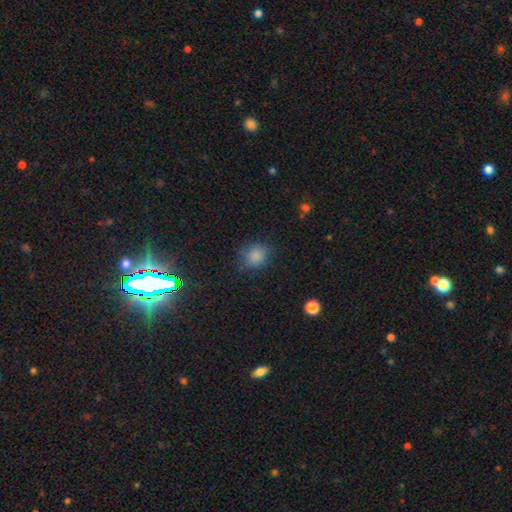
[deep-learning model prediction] Overall: smooth (84%). How rounded: round (77%). Merging: none (78%).